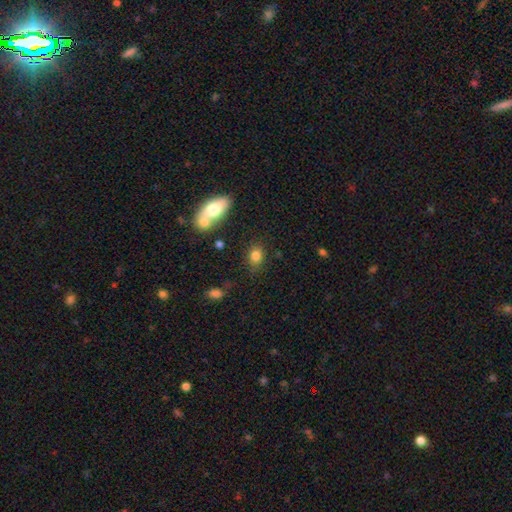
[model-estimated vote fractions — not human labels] Smooth or featured: smooth — 81% (star or artifact — 11%)
How rounded: in between — 60% (round — 38%)
Merging: none — 72% (minor disturbance — 16%)